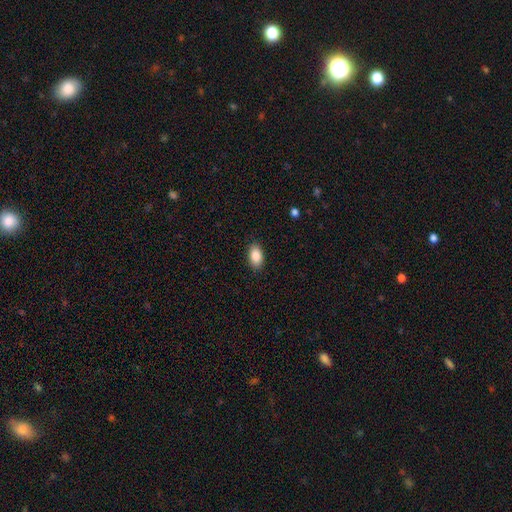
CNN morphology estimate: This appears to be a smooth galaxy with no disk features (87%) that is in between round and cigar-shaped (93%). Merging: none (88%).